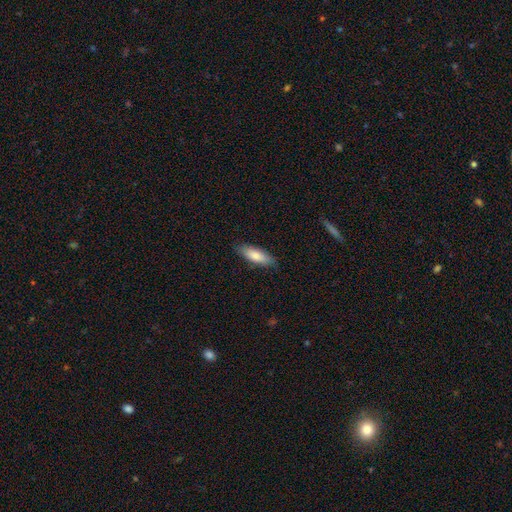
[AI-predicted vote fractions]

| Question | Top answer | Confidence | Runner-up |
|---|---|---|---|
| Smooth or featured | smooth | 80% | featured or disk (15%) |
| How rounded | in between | 65% | cigar-shaped (33%) |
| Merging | none | 84% | minor disturbance (13%) |